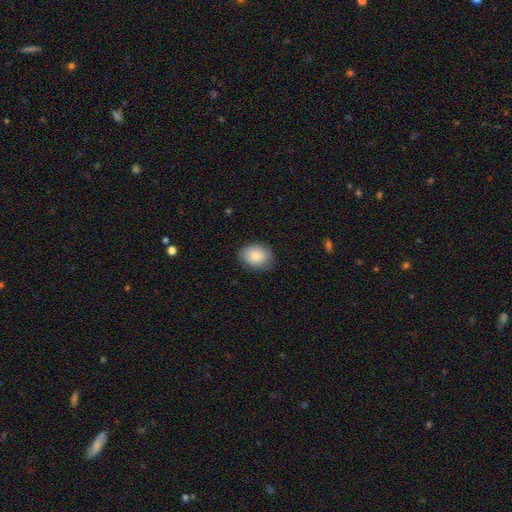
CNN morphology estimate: smooth-or-featured: smooth: 85% | featured or disk: 8% | star or artifact: 7%
  how-rounded: in between: 67% | round: 32% | cigar-shaped: 1%
  merging: none: 80% | minor disturbance: 16% | major disturbance: 3% | merger: 1%